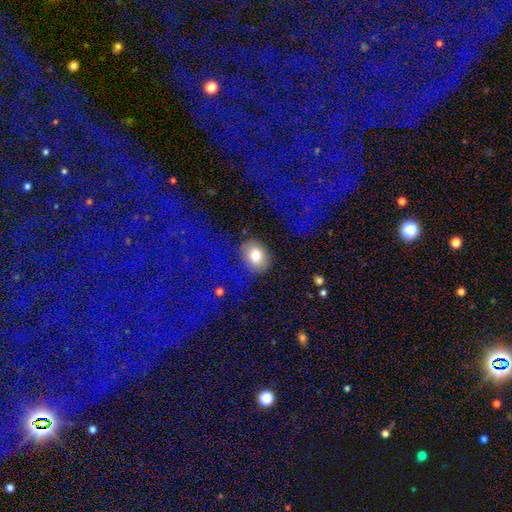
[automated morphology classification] smooth 80%, featured or disk 11%, star or artifact 9%. Down the decision tree: how rounded — round (52%); merging — none (75%).